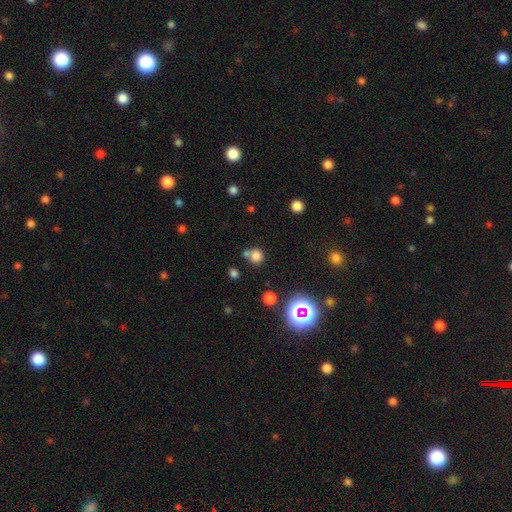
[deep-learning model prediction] Smooth or featured? Predicted: smooth (p=0.74). How rounded? Predicted: round (p=0.85). Merging? Predicted: none (p=0.60).